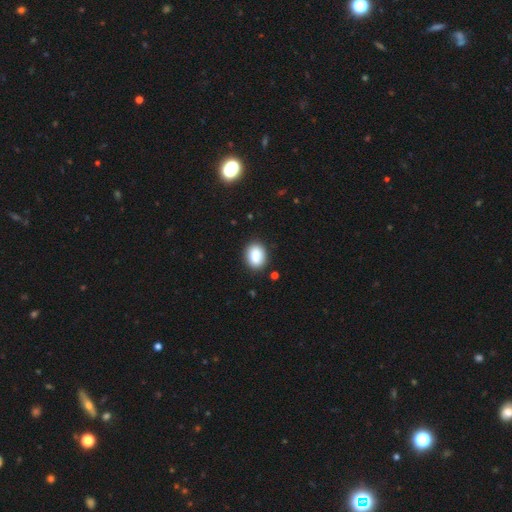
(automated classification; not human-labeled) Smooth or featured: smooth — 86% (star or artifact — 8%)
How rounded: in between — 71% (round — 28%)
Merging: none — 87% (minor disturbance — 9%)